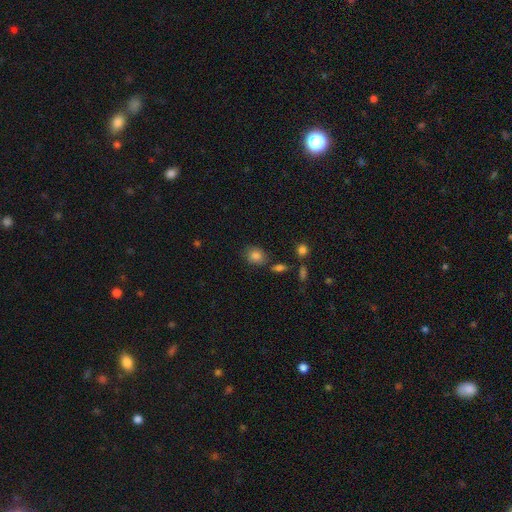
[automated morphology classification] type=smooth (83%); roundness=round (61%); merging=none (70%).